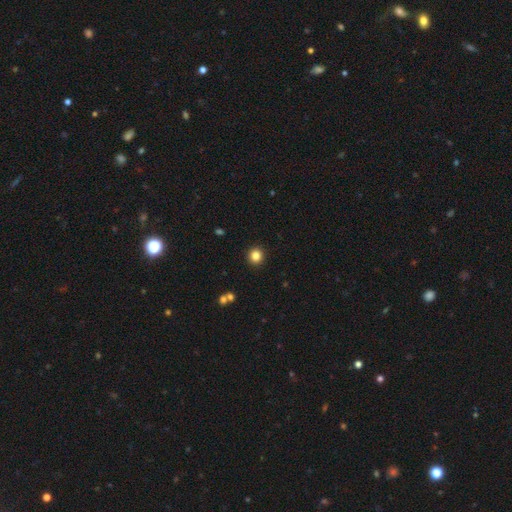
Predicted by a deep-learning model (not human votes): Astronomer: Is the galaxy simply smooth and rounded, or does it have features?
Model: smooth — 84%.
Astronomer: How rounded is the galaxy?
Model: round — 92%.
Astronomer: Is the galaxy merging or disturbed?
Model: none — 92%.